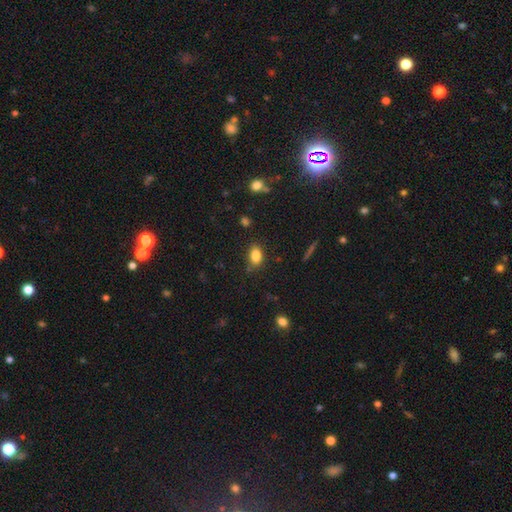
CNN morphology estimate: smooth 83%, star or artifact 10%, featured or disk 7%. Down the decision tree: how rounded — in between (83%); merging — none (77%).